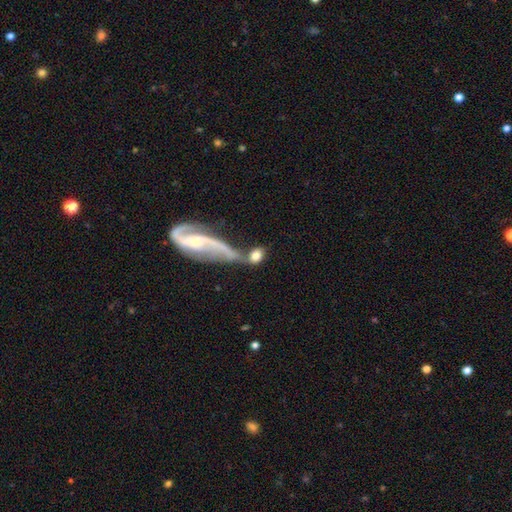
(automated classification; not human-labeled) This is likely a smooth galaxy (72%). How rounded: likely in between (62%). Merging: marginally merger (42%).